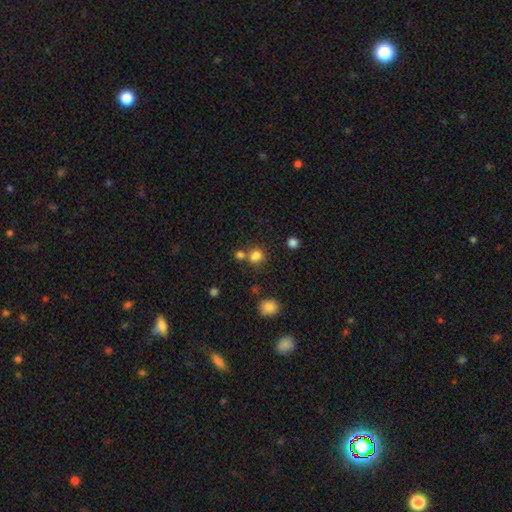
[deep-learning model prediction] Smooth or featured?
  - smooth: 79% *
  - star or artifact: 15%
  - featured or disk: 6%
How rounded?
  - round: 70% *
  - in between: 29%
  - cigar-shaped: 1%
Merging?
  - none: 52% *
  - merger: 33%
  - minor disturbance: 10%
  - major disturbance: 5%